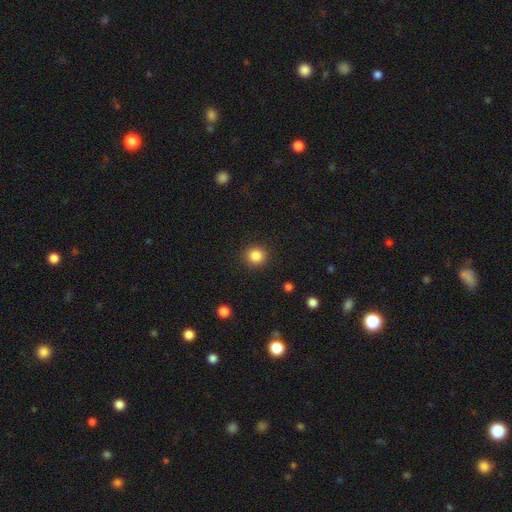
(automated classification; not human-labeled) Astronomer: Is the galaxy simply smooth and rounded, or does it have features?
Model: smooth — 85%.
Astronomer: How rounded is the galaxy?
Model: round — 92%.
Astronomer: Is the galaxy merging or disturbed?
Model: none — 91%.